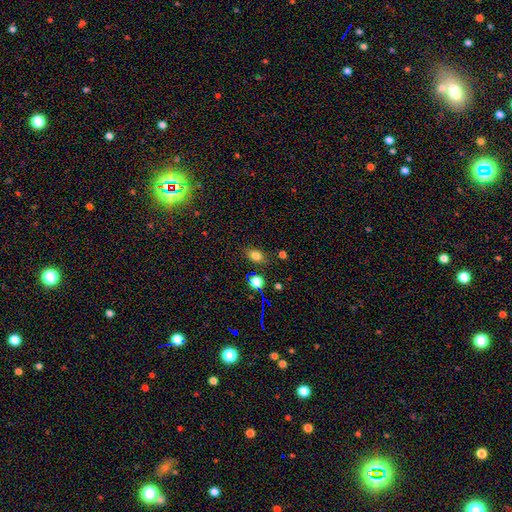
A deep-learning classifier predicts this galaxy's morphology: A smooth galaxy with no disk features (76%) that is in between round and cigar-shaped (68%). Merging: none (79%).